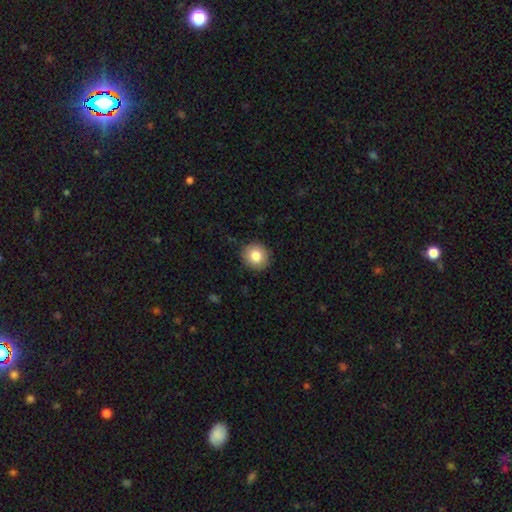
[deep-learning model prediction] Smooth or featured? smooth (83%)
How rounded? round (89%)
Merging? none (90%)